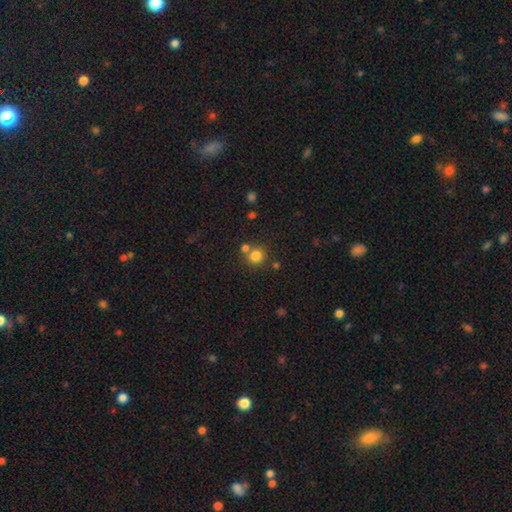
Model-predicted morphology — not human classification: smooth_or_featured: smooth (p=0.80) [alt: star or artifact p=0.13]
how_rounded: round (p=0.91) [alt: in between p=0.08]
merging: none (p=0.68) [alt: merger p=0.21]